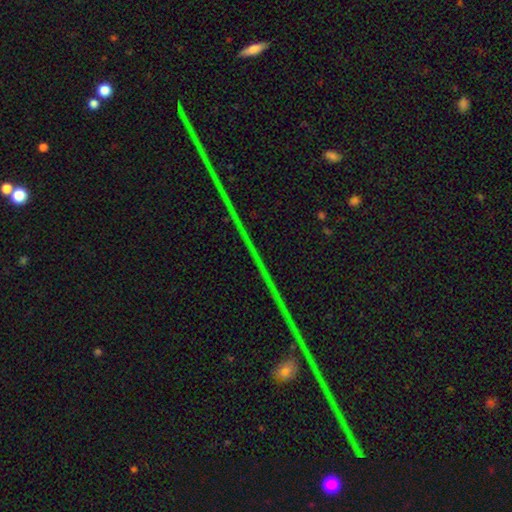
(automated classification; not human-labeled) The model was most divided on "smooth or featured": star or artifact: 81%, featured or disk: 11%, smooth: 7%.